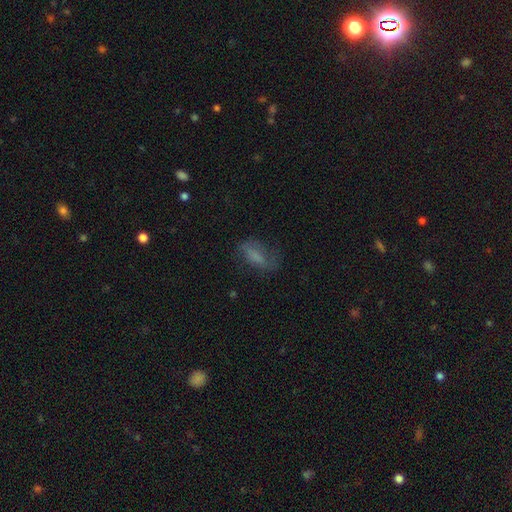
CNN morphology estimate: smooth-or-featured: smooth: 63% | featured or disk: 25% | star or artifact: 13%
  how-rounded: in between: 77% | cigar-shaped: 18% | round: 5%
  merging: none: 55% | minor disturbance: 24% | major disturbance: 19% | merger: 2%